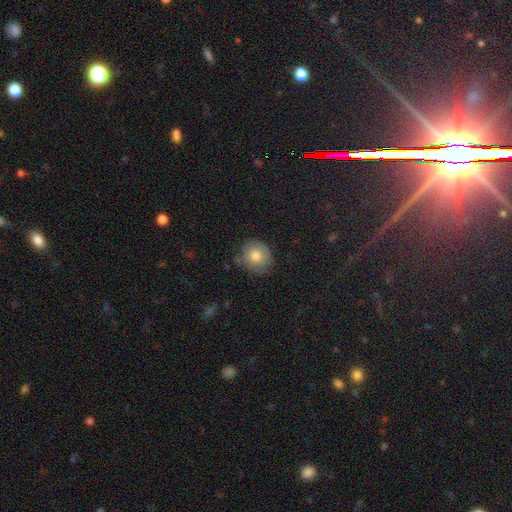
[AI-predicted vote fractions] The model was most divided on "merging": none: 73%, minor disturbance: 21%, major disturbance: 4%, merger: 2%. More confident: how rounded — round (83%); smooth or featured — smooth (76%).